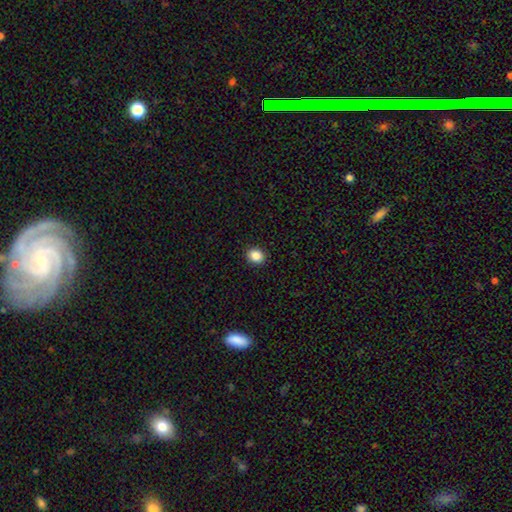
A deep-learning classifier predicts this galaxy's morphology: A smooth galaxy with no disk features (87%) that is round (64%). Merging: none (92%).